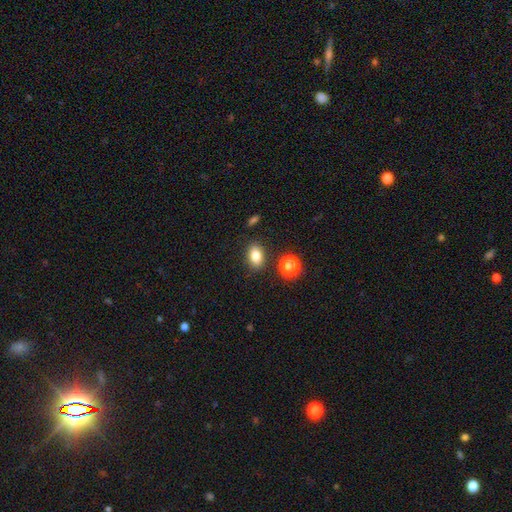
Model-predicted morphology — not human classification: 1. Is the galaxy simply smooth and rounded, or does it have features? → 82% smooth, 11% star or artifact, 8% featured or disk.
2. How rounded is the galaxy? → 80% in between, 19% round, 2% cigar-shaped.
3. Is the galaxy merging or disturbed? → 83% none, 10% minor disturbance, 4% merger, 3% major disturbance.